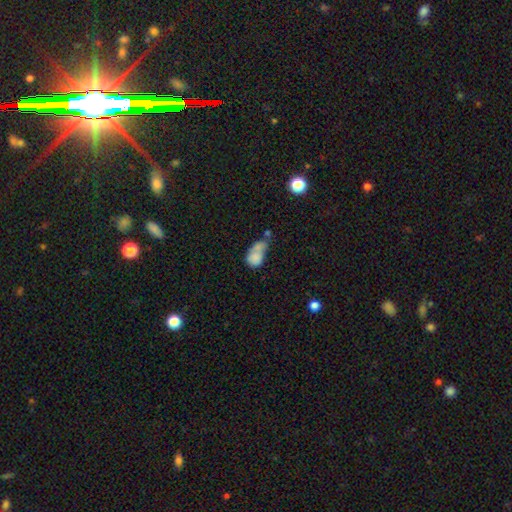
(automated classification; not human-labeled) smooth-or-featured: smooth: 74% | featured or disk: 16% | star or artifact: 10%
  how-rounded: in between: 74% | round: 22% | cigar-shaped: 3%
  merging: merger: 41% | none: 20% | minor disturbance: 20% | major disturbance: 19%